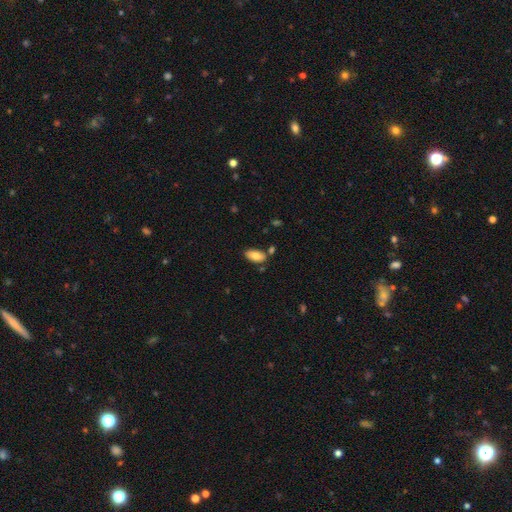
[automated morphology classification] Overall: smooth (82%). How rounded: in between (93%). Merging: none (77%).